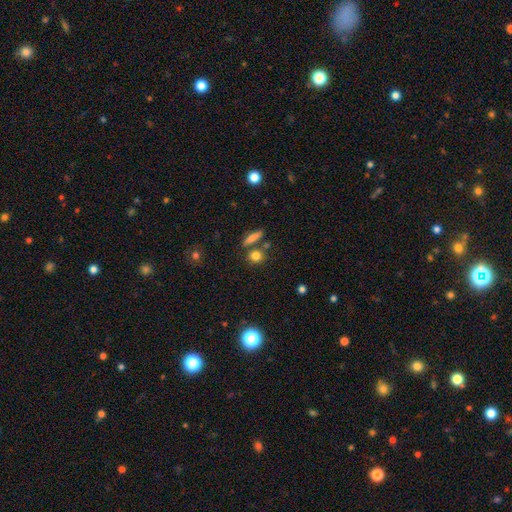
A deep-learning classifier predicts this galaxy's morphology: A smooth galaxy with no disk features (80%) that is round (74%).

Vote fractions:
- Smooth or featured? smooth: 80% / star or artifact: 12% / featured or disk: 8%
- How rounded? round: 74% / in between: 18% / cigar-shaped: 8%
- Merging? none: 71% / merger: 16% / minor disturbance: 10% / major disturbance: 3%